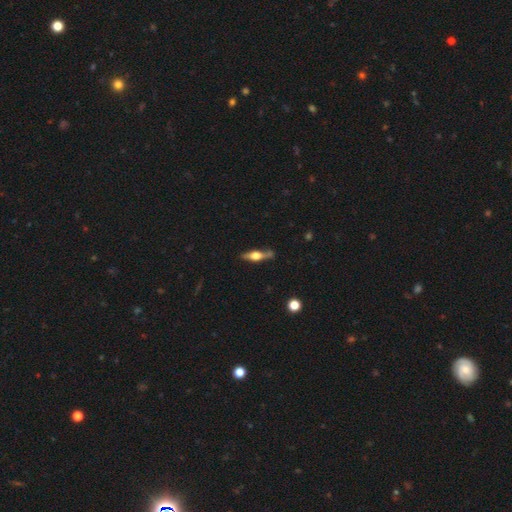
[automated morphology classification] Smooth or featured?
  - featured or disk: 65% *
  - smooth: 28%
  - star or artifact: 7%
Edge-on disk?
  - yes: 94% *
  - no: 6%
Edge-on bulge?
  - rounded: 93% *
  - boxy: 6%
  - none: 2%
Merging?
  - none: 74% *
  - minor disturbance: 15%
  - merger: 7%
  - major disturbance: 4%